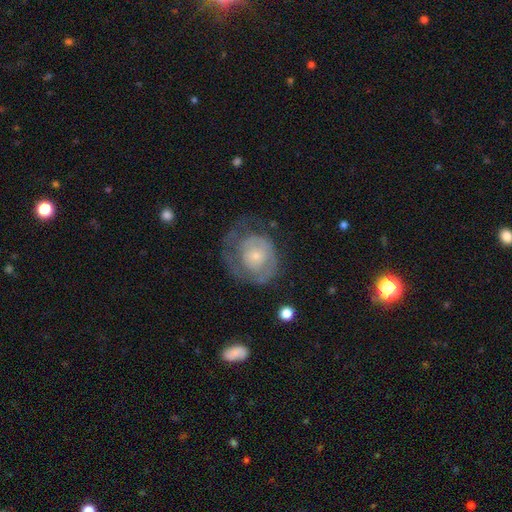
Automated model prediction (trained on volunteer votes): Smooth or featured? featured or disk (62%)
Edge-on disk? no (97%)
Bar? no (81%)
Spiral arms? yes (65%)
Bulge size? small (67%)
Merging? none (43%)